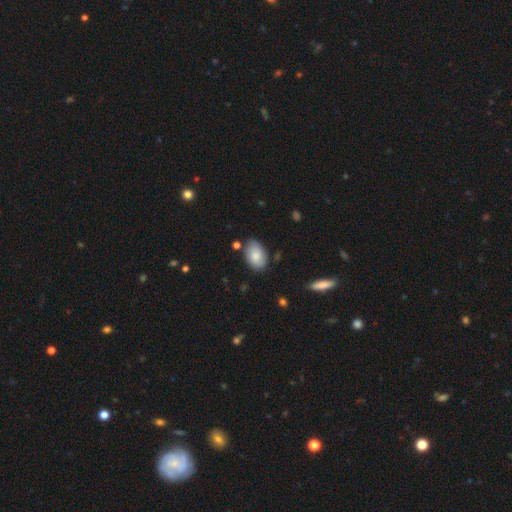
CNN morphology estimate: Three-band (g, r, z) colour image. It shows a smooth galaxy with no disk features (81%) that is in between round and cigar-shaped (91%). Merging: none (75%).